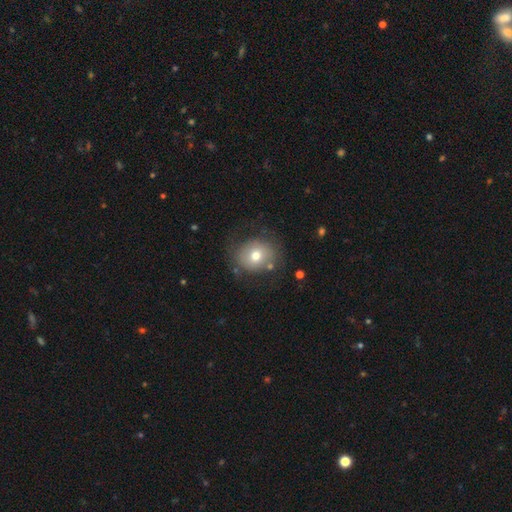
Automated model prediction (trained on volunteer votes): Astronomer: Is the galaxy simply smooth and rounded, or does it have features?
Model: smooth — 65%.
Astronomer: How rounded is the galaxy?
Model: round — 71%.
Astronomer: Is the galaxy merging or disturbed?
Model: none — 71%.